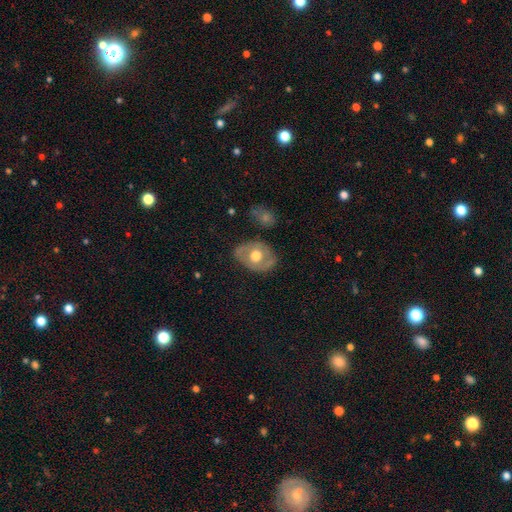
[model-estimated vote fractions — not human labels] featured or disk 50%, smooth 44%, star or artifact 6%. Down the decision tree: edge-on disk — no (91%); merging — none (75%).